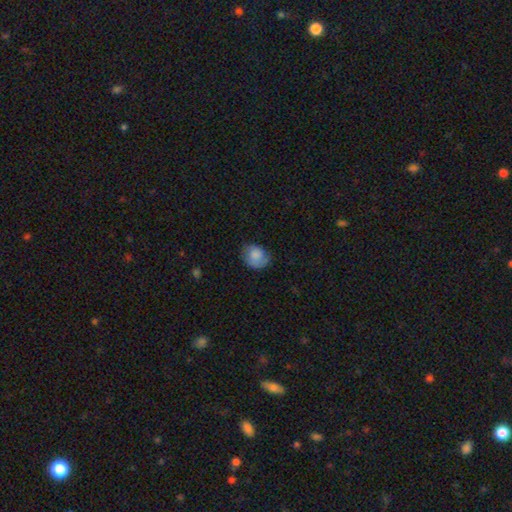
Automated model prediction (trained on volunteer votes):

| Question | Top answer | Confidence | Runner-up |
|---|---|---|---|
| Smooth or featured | smooth | 69% | featured or disk (23%) |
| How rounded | round | 57% | in between (42%) |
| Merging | none | 58% | minor disturbance (29%) |